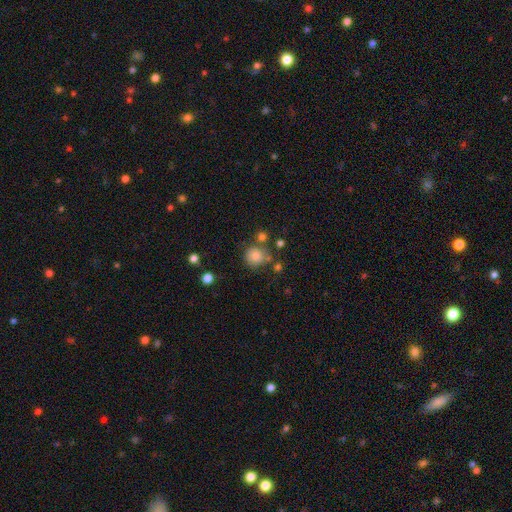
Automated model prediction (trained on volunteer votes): smooth_or_featured: smooth (p=0.82) [alt: star or artifact p=0.11]
how_rounded: round (p=0.88) [alt: in between p=0.11]
merging: none (p=0.67) [alt: minor disturbance p=0.16]